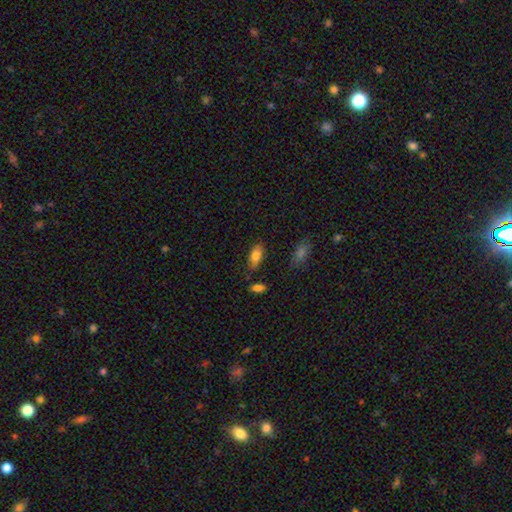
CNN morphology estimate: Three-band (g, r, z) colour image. It shows a smooth galaxy with no disk features (81%) that is in between round and cigar-shaped (89%). Merging: none (77%).